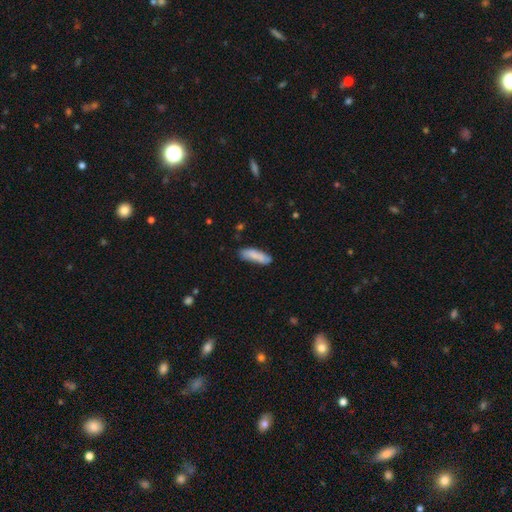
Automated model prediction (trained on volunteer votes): Q: Smooth or featured?
A: smooth (82%); runner-up: featured or disk (12%)
Q: How rounded?
A: cigar-shaped (53%); runner-up: in between (45%)
Q: Merging?
A: none (69%); runner-up: minor disturbance (22%)